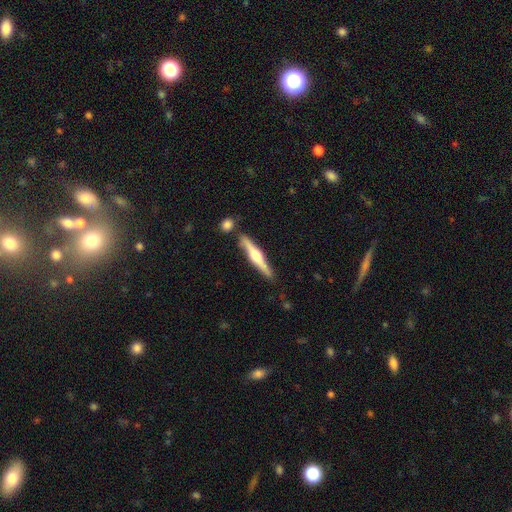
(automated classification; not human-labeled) This is likely a featured or disk galaxy (65%). It is clearly viewed edge-on (97%). Edge-on bulge: clearly rounded (89%). Merging: clearly none (81%).